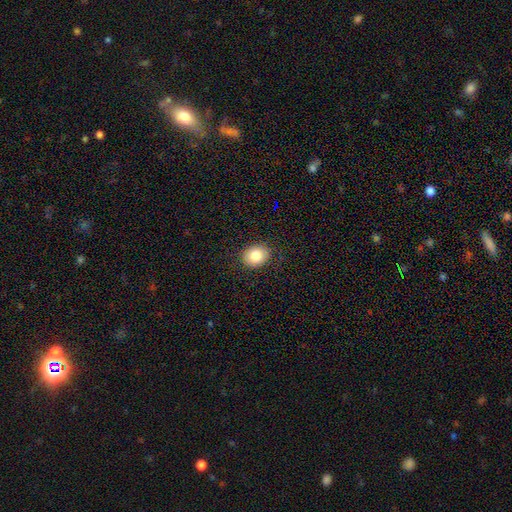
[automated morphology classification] type=smooth (84%); roundness=in between (50%); merging=none (87%).